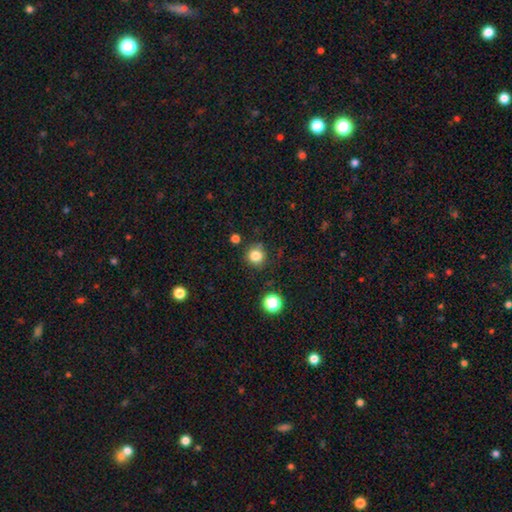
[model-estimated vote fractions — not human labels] The model was most divided on "smooth or featured": smooth: 82%, star or artifact: 13%, featured or disk: 5%. More confident: how rounded — round (92%); merging — none (84%).